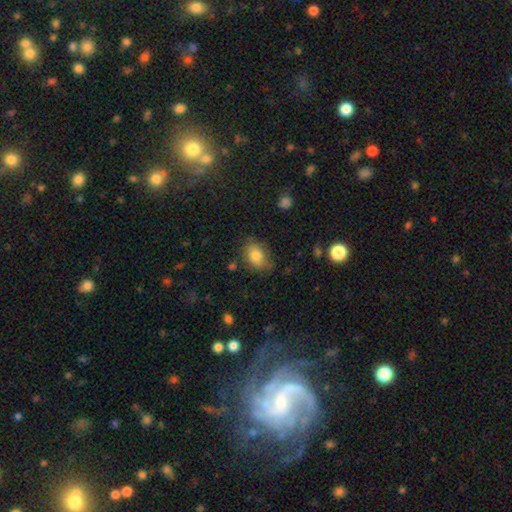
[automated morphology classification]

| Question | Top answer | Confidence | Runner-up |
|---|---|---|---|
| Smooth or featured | smooth | 82% | featured or disk (9%) |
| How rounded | in between | 70% | round (29%) |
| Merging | none | 74% | minor disturbance (19%) |